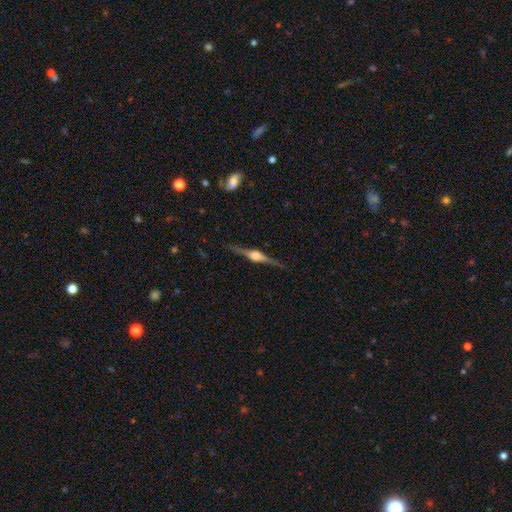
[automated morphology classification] smooth-or-featured: featured or disk: 85% | smooth: 9% | star or artifact: 6%
  disk-edge-on: yes: 98% | no: 2%
    edge-on-bulge: rounded: 86% | boxy: 12% | none: 2%
  merging: none: 88% | minor disturbance: 8% | major disturbance: 2% | merger: 1%